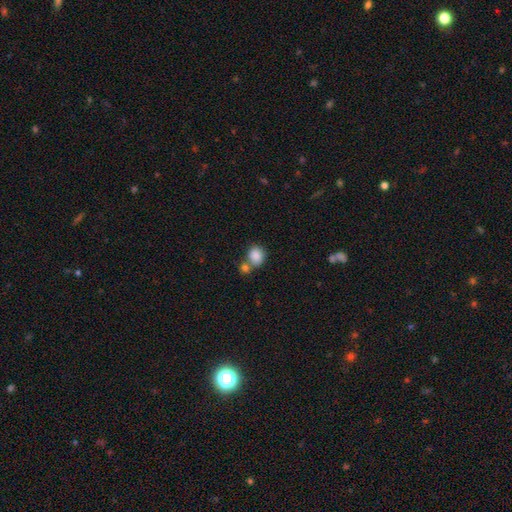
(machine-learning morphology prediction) Smooth or featured? smooth (86%)
How rounded? round (76%)
Merging? none (51%)